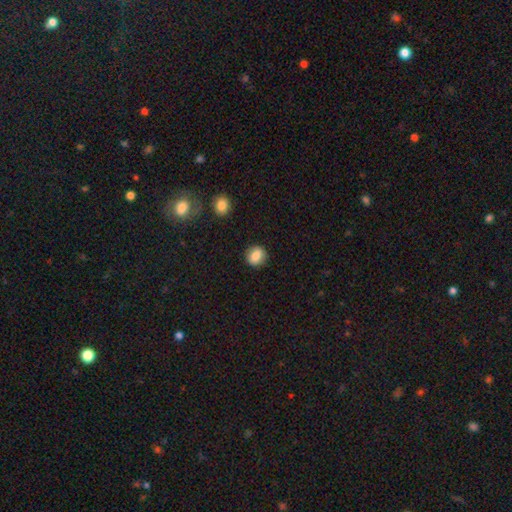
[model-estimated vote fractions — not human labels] Smooth or featured?
  - smooth: 84% *
  - star or artifact: 9%
  - featured or disk: 7%
How rounded?
  - round: 73% *
  - in between: 26%
  - cigar-shaped: 1%
Merging?
  - none: 88% *
  - minor disturbance: 9%
  - major disturbance: 2%
  - merger: 1%